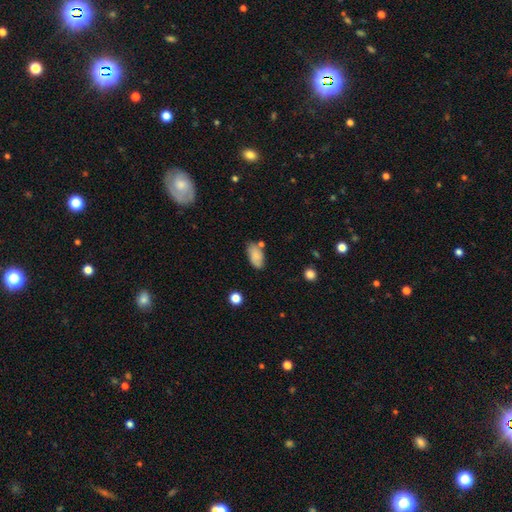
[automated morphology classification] Smooth or featured: smooth — 82% (featured or disk — 10%)
How rounded: in between — 92% (cigar-shaped — 4%)
Merging: none — 66% (minor disturbance — 20%)